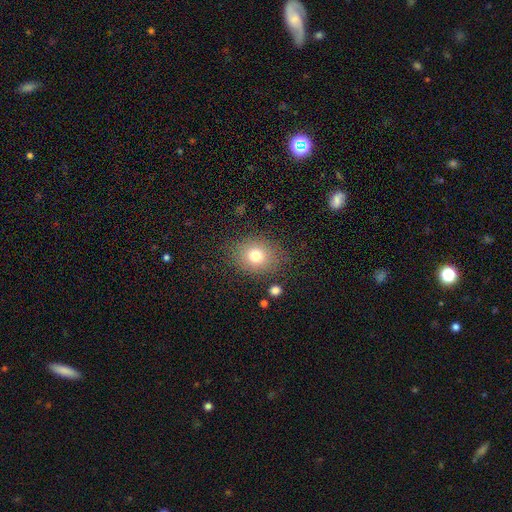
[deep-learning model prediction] This appears to be a smooth galaxy with no disk features (75%) that is round (57%). Merging: none (82%).